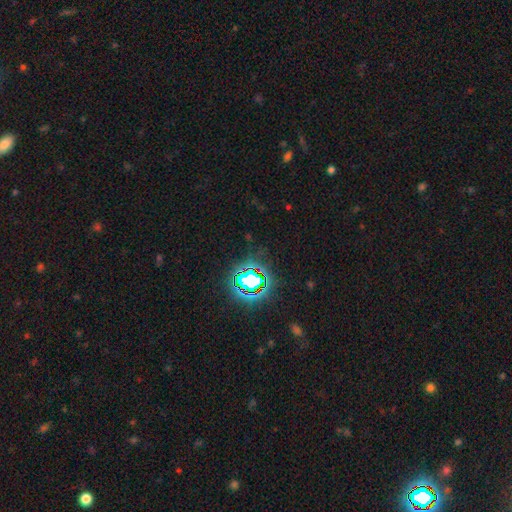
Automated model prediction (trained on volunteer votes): Overall: star or artifact (80%).